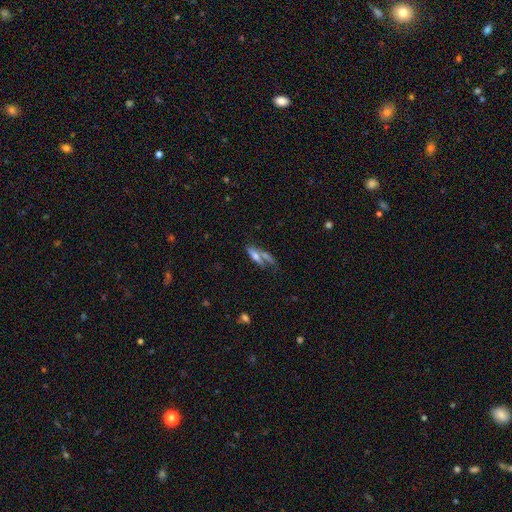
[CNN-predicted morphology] type=smooth (58%); roundness=cigar-shaped (58%); merging=none (43%).